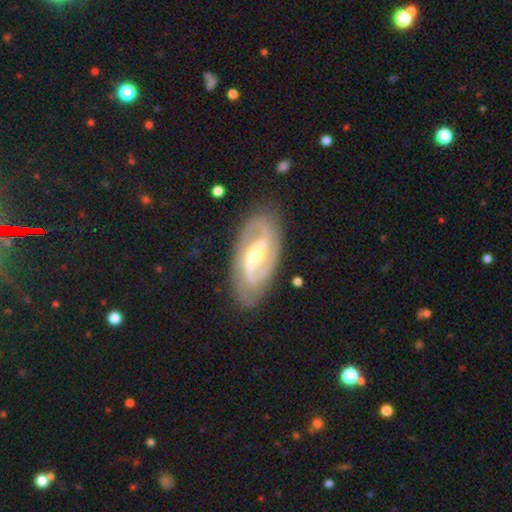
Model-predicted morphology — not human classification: Smooth or featured?
  - featured or disk: 88% *
  - smooth: 8%
  - star or artifact: 4%
Edge-on disk?
  - no: 95% *
  - yes: 5%
Bar?
  - weak: 41% *
  - strong: 35%
  - no: 24%
Spiral arms?
  - yes: 95% *
  - no: 5%
Spiral winding?
  - medium: 51% *
  - tight: 28%
  - loose: 21%
Spiral arm count?
  - 2: 90% *
  - can't tell: 4%
  - 3: 2%
  - 1: 2%
  - 4: 1%
  - more than 4: 1%
Bulge size?
  - moderate: 61% *
  - small: 32%
  - large: 5%
  - none: 1%
  - dominant: 1%
Merging?
  - none: 82% *
  - minor disturbance: 12%
  - major disturbance: 4%
  - merger: 1%